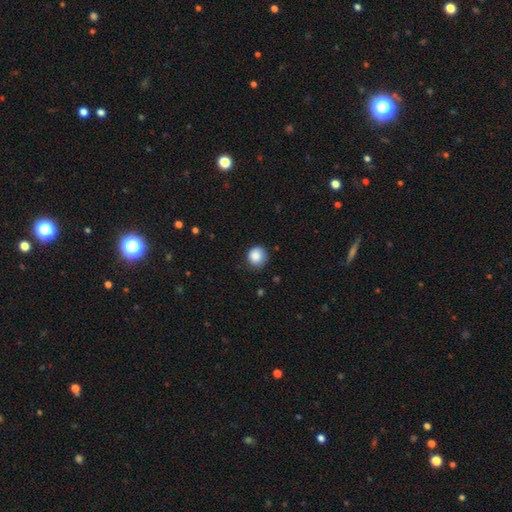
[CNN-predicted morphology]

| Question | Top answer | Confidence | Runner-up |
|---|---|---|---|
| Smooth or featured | smooth | 87% | star or artifact (9%) |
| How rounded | round | 90% | in between (9%) |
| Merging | none | 77% | minor disturbance (18%) |